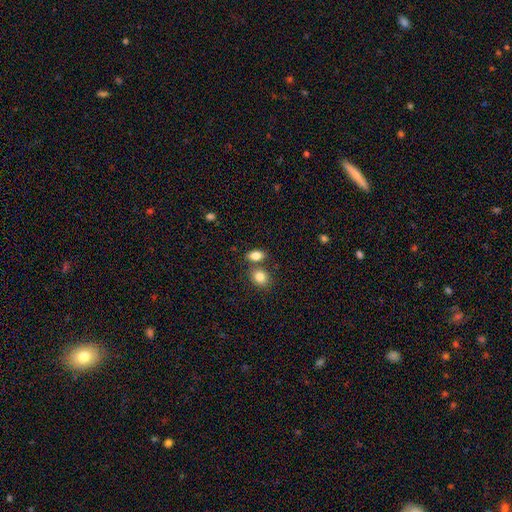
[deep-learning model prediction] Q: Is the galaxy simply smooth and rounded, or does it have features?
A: smooth — 84%.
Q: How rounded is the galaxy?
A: in between — 84%.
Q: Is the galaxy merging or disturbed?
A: none — 60%.